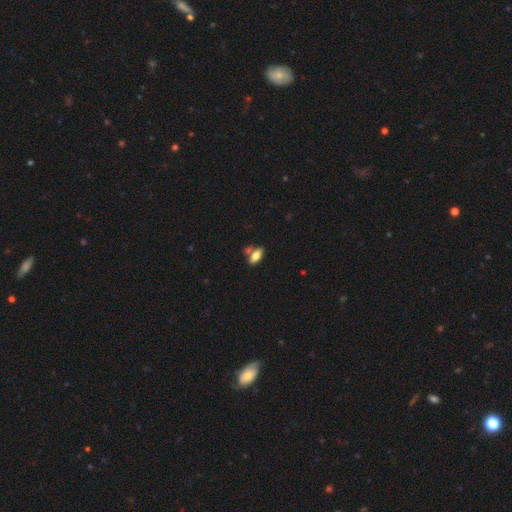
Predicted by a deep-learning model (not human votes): Smooth or featured? smooth (74%)
How rounded? in between (85%)
Merging? none (59%)